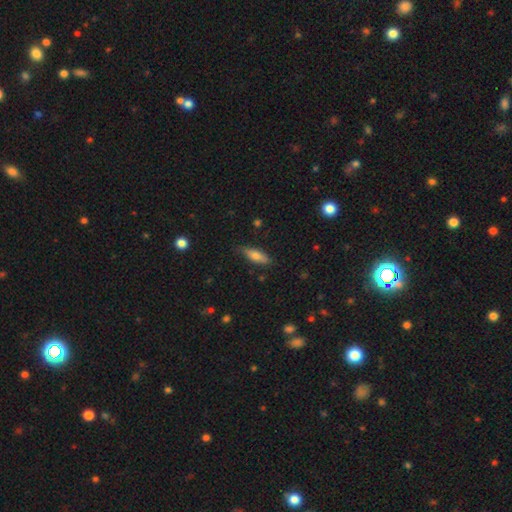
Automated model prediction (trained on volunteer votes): This is likely a smooth galaxy (70%). How rounded: possibly in between (53%). Merging: likely none (78%).